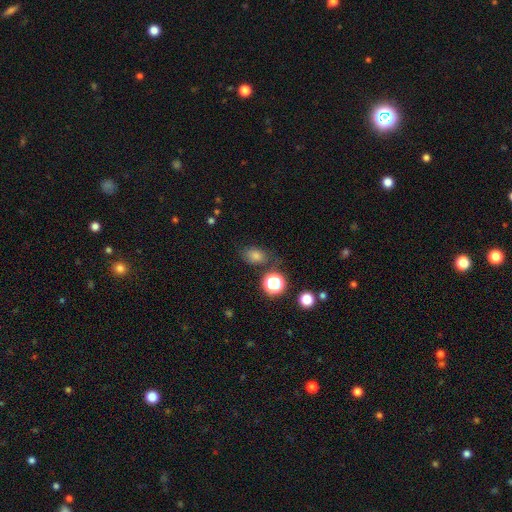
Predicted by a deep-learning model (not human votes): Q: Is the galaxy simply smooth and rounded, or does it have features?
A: smooth — 68%.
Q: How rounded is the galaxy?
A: in between — 60%.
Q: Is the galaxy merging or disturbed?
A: none — 75%.